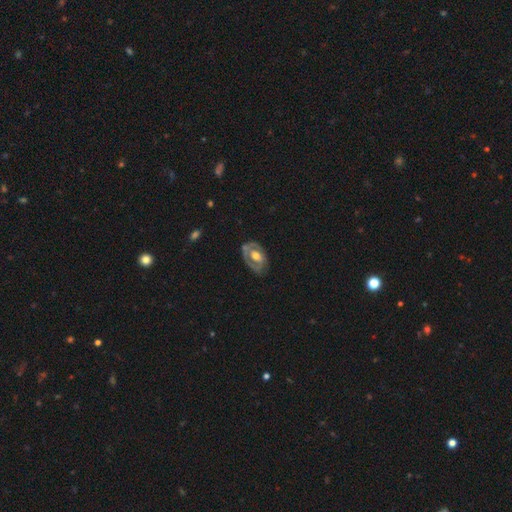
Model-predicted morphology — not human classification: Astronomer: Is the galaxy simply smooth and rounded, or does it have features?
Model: featured or disk — 67%.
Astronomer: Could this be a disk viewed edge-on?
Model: no — 94%.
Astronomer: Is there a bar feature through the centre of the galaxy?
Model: no — 64%.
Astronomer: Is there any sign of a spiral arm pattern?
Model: no — 52% (runner-up: yes, 48%).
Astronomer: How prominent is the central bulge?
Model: moderate — 62%.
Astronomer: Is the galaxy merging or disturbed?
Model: none — 65%.